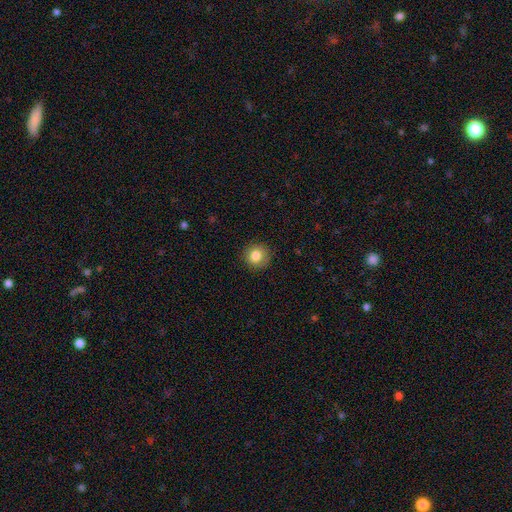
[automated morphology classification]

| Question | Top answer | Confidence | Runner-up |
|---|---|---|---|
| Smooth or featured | smooth | 84% | star or artifact (10%) |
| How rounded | round | 90% | in between (9%) |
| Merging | none | 88% | minor disturbance (9%) |